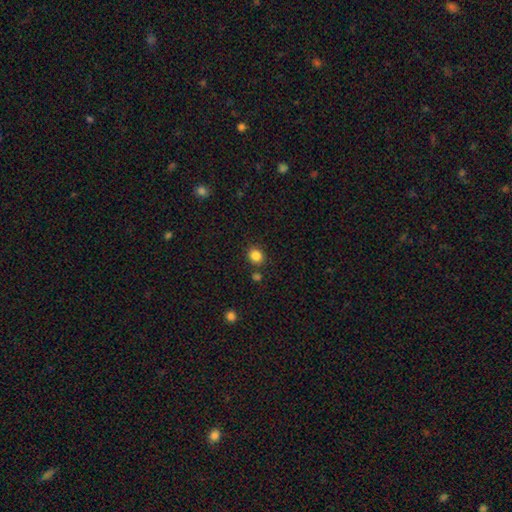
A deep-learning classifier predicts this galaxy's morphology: This appears to be a smooth galaxy with no disk features (85%) that is round (77%). Merging: none (84%).